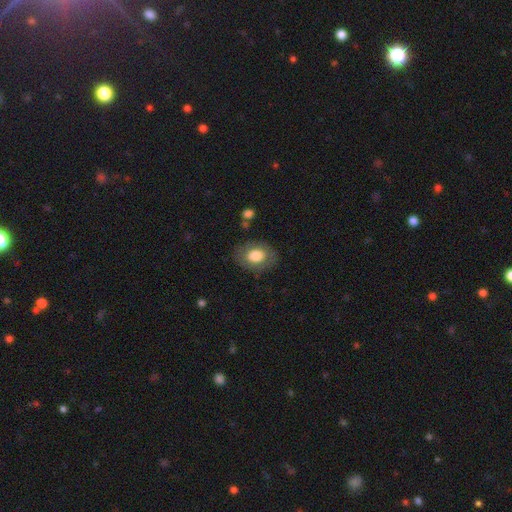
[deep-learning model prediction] The model was most divided on "how rounded": in between: 69%, round: 30%, cigar-shaped: 1%. More confident: merging — none (78%); smooth or featured — smooth (74%).